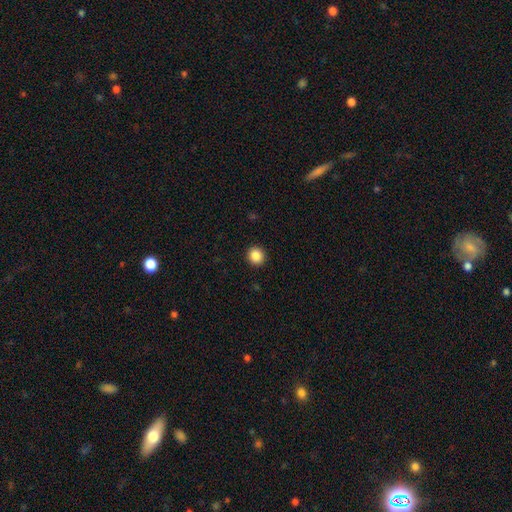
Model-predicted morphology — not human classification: Overall: smooth (86%). How rounded: round (92%). Merging: none (93%).